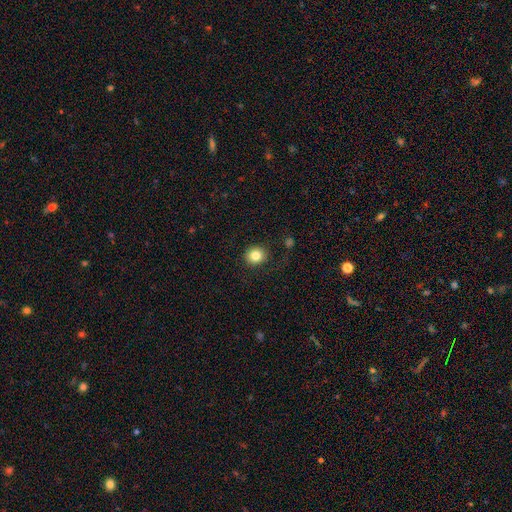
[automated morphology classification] Smooth or featured? smooth (83%)
How rounded? round (83%)
Merging? none (86%)